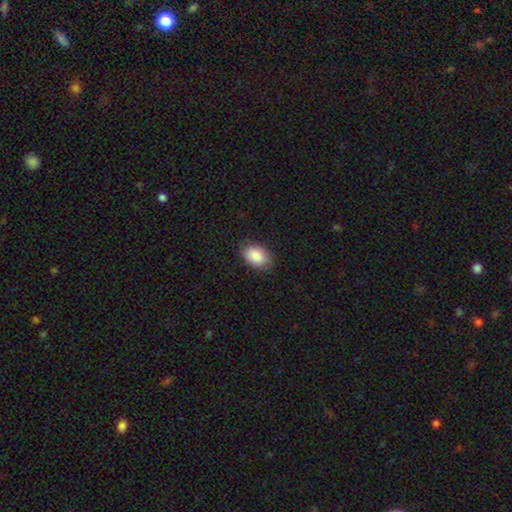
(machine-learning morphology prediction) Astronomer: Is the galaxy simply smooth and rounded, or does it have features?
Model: smooth — 88%.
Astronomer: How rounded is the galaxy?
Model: in between — 87%.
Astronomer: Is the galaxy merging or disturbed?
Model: none — 84%.